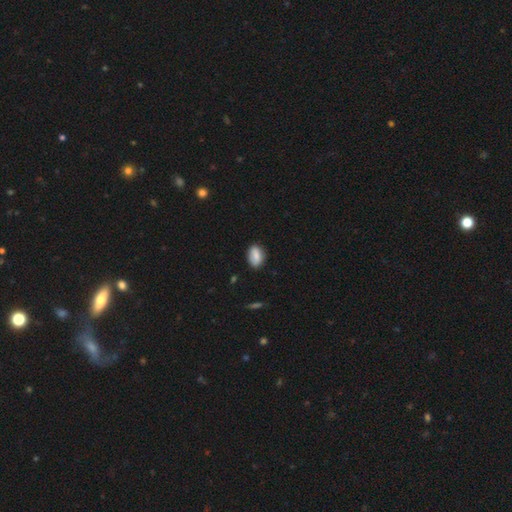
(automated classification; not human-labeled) The model was most divided on "merging": none: 80%, minor disturbance: 15%, major disturbance: 3%, merger: 2%. More confident: how rounded — in between (84%); smooth or featured — smooth (79%).